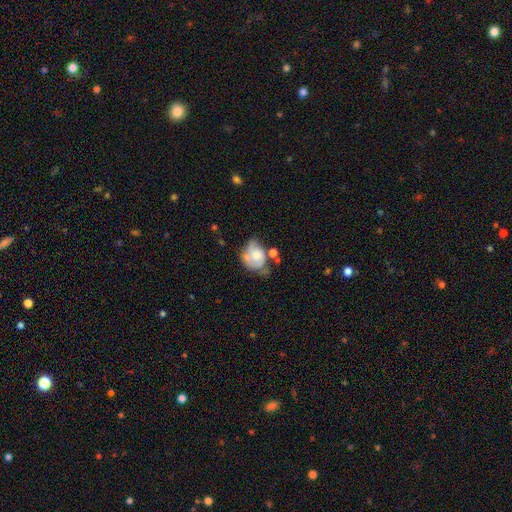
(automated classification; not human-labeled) This appears to be a featured or disk galaxy (52%) with no bar (81%), spiral arms (63%) and a moderate central bulge (43%). Merging: minor disturbance (28%, tied with none).